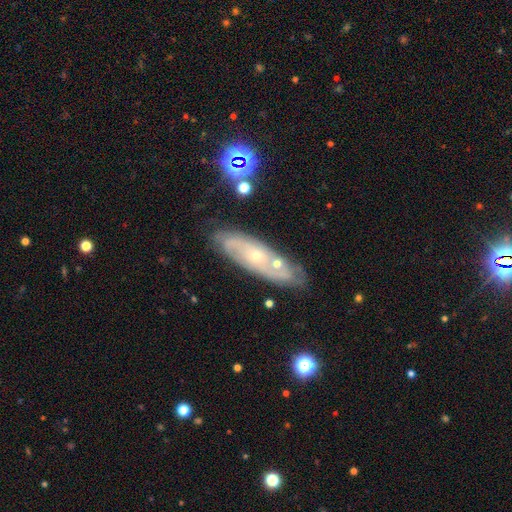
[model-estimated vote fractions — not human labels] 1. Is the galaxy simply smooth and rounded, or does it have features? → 73% featured or disk, 18% smooth, 9% star or artifact.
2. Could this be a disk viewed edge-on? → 81% no, 19% yes.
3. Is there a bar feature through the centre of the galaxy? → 78% no, 18% weak, 4% strong.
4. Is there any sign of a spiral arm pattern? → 84% yes, 16% no.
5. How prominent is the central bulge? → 67% small, 29% moderate, 1% none, 1% large, 1% dominant.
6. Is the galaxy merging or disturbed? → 70% none, 17% minor disturbance, 9% merger, 4% major disturbance.